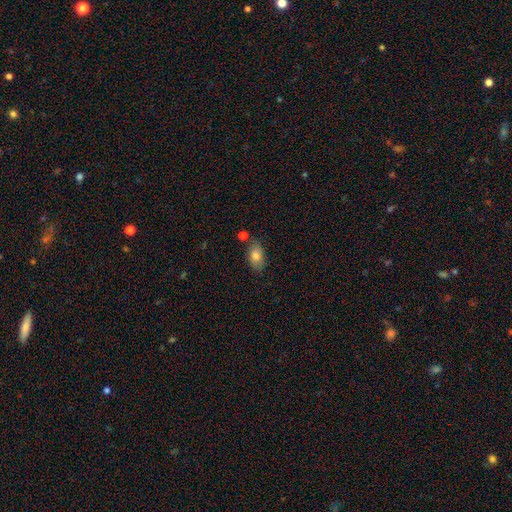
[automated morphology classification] The model was most divided on "merging": none: 73%, minor disturbance: 16%, merger: 8%, major disturbance: 4%. More confident: how rounded — in between (91%); smooth or featured — smooth (80%).